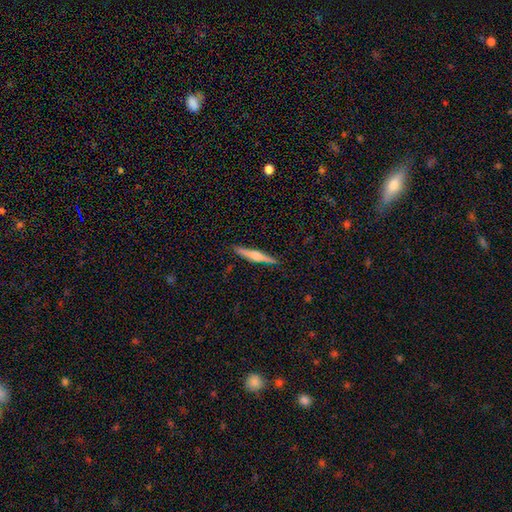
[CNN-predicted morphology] Smooth or featured: featured or disk — 66% (smooth — 28%)
Edge-on disk: yes — 98% (no — 2%)
Edge-on bulge: rounded — 88% (boxy — 7%)
Merging: none — 90% (minor disturbance — 7%)